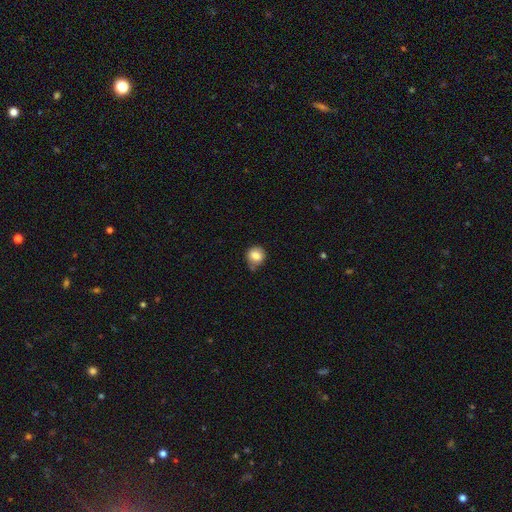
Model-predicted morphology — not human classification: Smooth or featured? smooth (83%)
How rounded? round (84%)
Merging? none (62%)